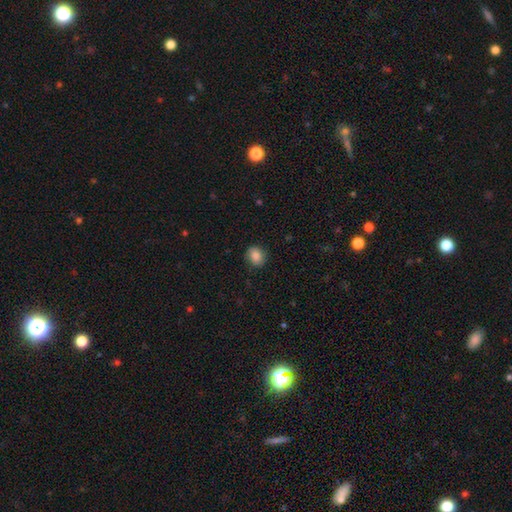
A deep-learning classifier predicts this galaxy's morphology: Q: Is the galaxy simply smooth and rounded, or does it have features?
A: smooth — 82%.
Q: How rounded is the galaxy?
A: round — 64%.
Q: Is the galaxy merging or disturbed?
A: none — 84%.